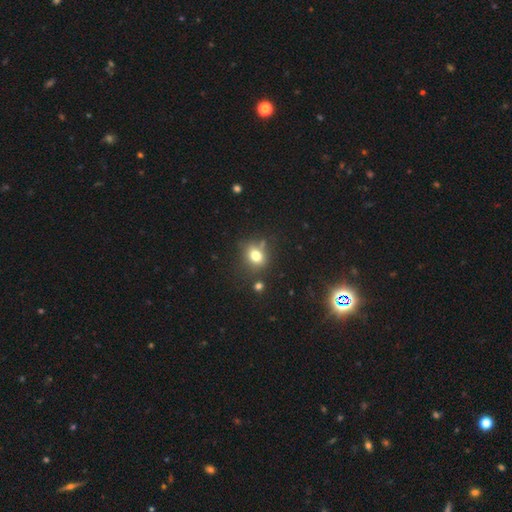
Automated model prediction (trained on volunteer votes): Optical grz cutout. It shows a smooth galaxy with no disk features (75%) that is round (60%). Merging: none (69%).